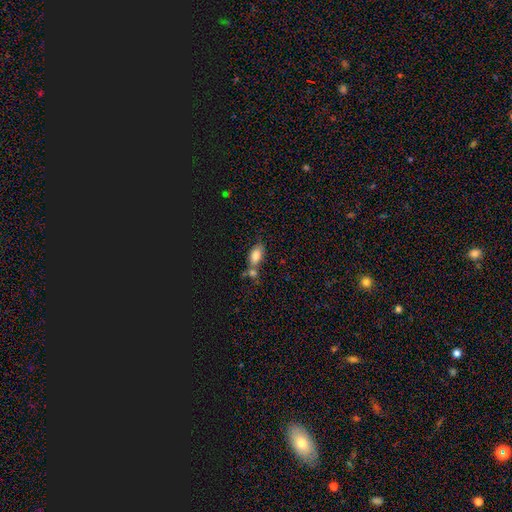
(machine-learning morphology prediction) Smooth or featured?
  - smooth: 80% *
  - featured or disk: 11%
  - star or artifact: 9%
How rounded?
  - in between: 87% *
  - round: 7%
  - cigar-shaped: 6%
Merging?
  - none: 43% *
  - merger: 37%
  - minor disturbance: 15%
  - major disturbance: 5%